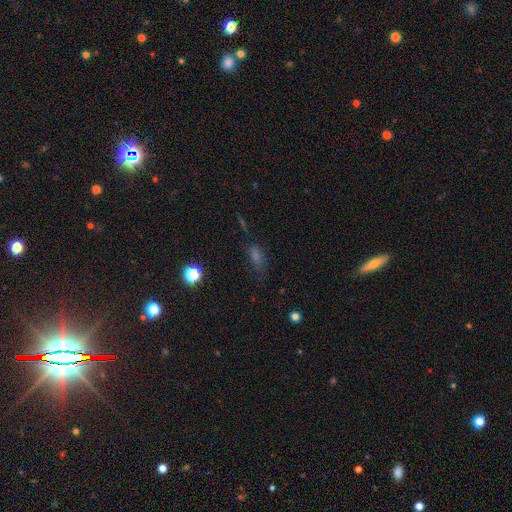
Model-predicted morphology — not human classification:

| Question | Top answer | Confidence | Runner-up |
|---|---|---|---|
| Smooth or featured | smooth | 48% | star or artifact (34%) |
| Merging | none | 59% | minor disturbance (21%) |